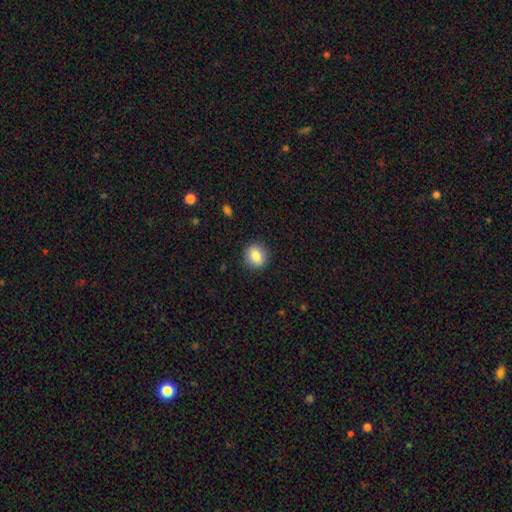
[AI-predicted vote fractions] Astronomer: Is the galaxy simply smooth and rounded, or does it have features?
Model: smooth — 83%.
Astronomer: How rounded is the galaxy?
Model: round — 76%.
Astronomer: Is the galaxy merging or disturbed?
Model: none — 89%.